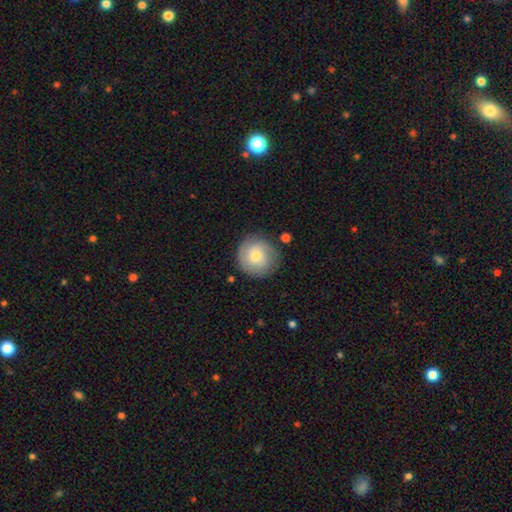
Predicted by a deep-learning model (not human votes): Q: Smooth or featured?
A: smooth (65%); runner-up: featured or disk (28%)
Q: How rounded?
A: round (93%); runner-up: in between (6%)
Q: Merging?
A: none (80%); runner-up: minor disturbance (13%)